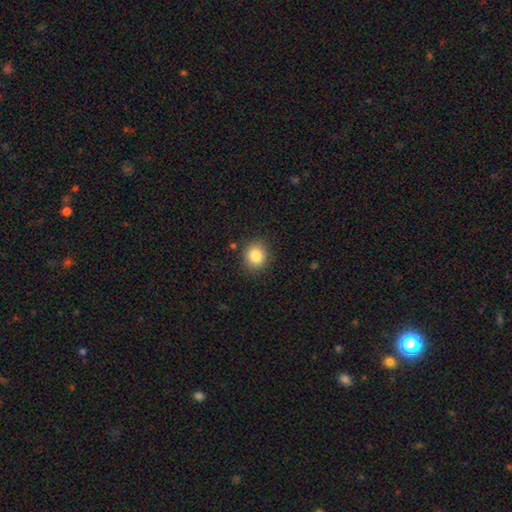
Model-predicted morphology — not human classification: A smooth galaxy with no disk features (85%) that is round (77%).

Vote fractions:
- Smooth or featured? smooth: 85% / star or artifact: 10% / featured or disk: 5%
- How rounded? round: 77% / in between: 23% / cigar-shaped: 1%
- Merging? none: 87% / minor disturbance: 9% / major disturbance: 3% / merger: 2%